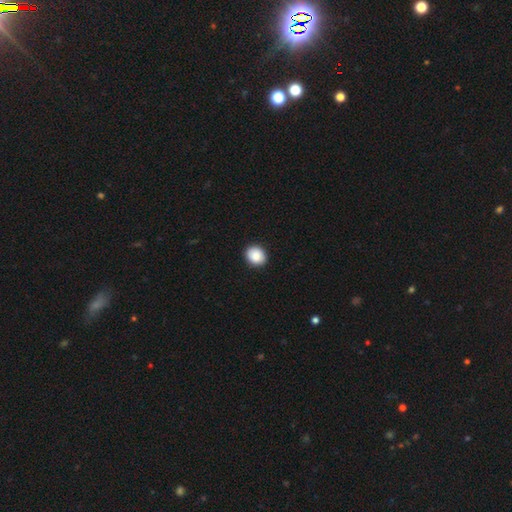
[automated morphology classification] Smooth or featured: smooth — 89% (star or artifact — 8%)
How rounded: round — 68% (in between — 31%)
Merging: none — 91% (minor disturbance — 6%)